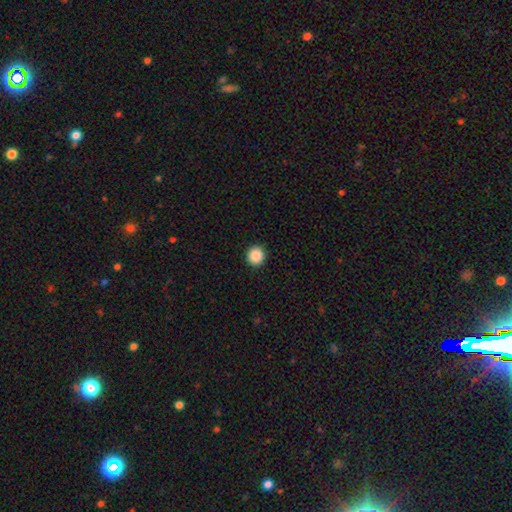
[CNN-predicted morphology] A smooth galaxy with no disk features (88%) that is round (94%). Merging: none (93%).